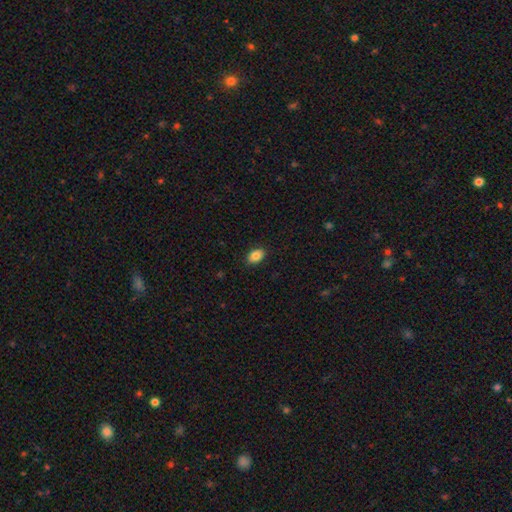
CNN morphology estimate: A smooth galaxy with no disk features (86%) that is in between round and cigar-shaped (78%). Merging: none (88%).